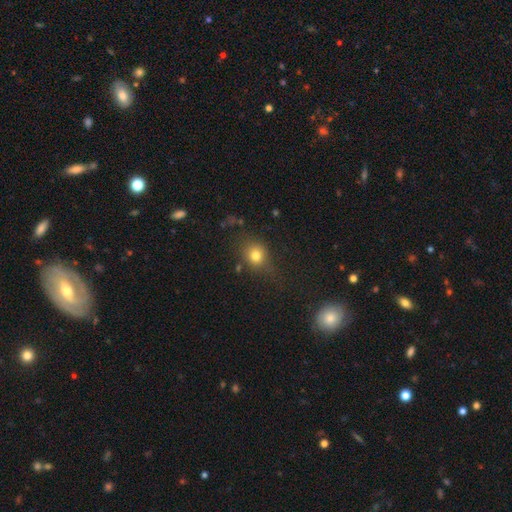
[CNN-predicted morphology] The model was most divided on "how rounded": round: 68%, in between: 30%, cigar-shaped: 1%. More confident: smooth or featured — smooth (78%); merging — none (69%).